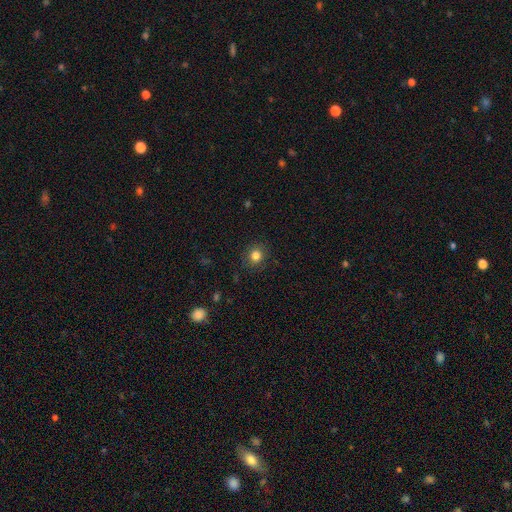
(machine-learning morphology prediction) type=smooth (83%); roundness=round (85%); merging=none (89%).